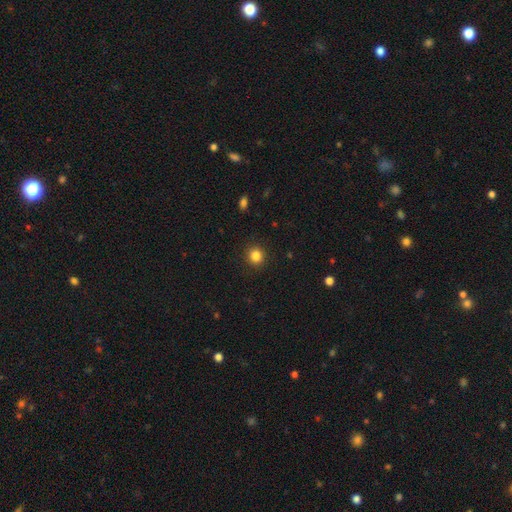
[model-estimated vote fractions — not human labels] smooth-or-featured: smooth: 84% | star or artifact: 12% | featured or disk: 4%
  how-rounded: round: 90% | in between: 9% | cigar-shaped: 1%
  merging: none: 91% | minor disturbance: 6% | major disturbance: 2% | merger: 1%